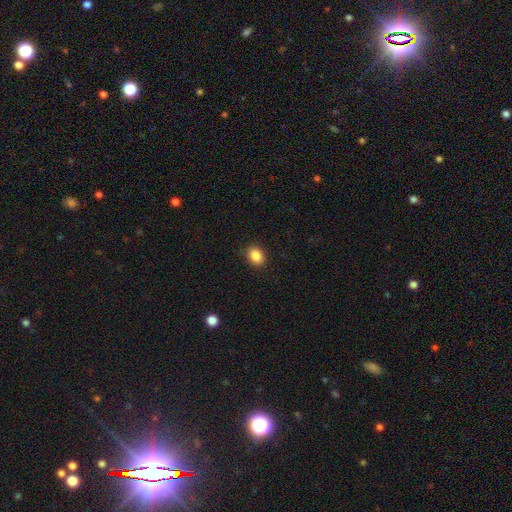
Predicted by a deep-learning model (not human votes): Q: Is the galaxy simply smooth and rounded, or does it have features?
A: smooth — 88%.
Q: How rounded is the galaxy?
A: in between — 66%.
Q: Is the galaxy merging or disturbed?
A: none — 88%.